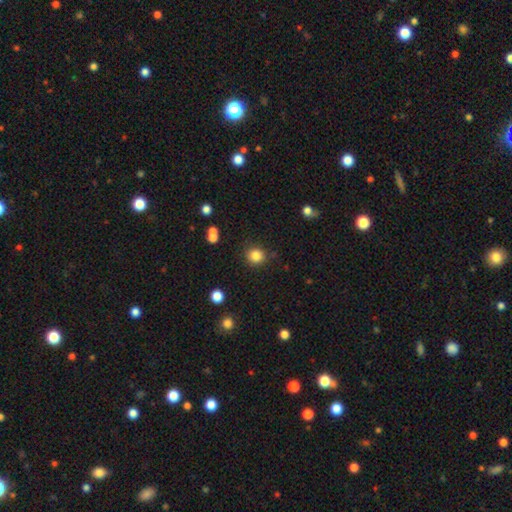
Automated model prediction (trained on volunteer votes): This is clearly a smooth galaxy (84%). How rounded: clearly round (89%). Merging: clearly none (85%).